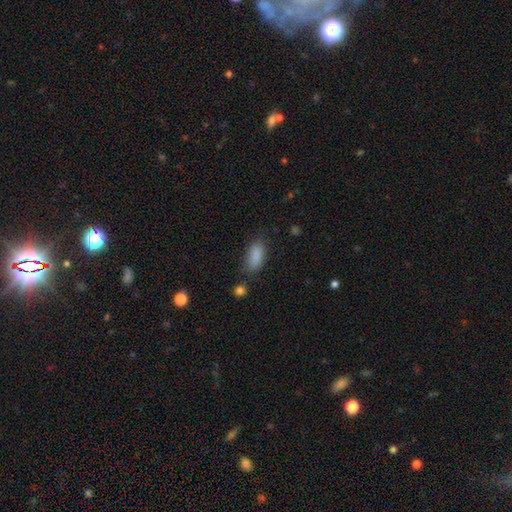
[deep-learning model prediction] Smooth or featured: smooth — 87% (star or artifact — 8%)
How rounded: in between — 86% (cigar-shaped — 11%)
Merging: none — 73% (minor disturbance — 19%)